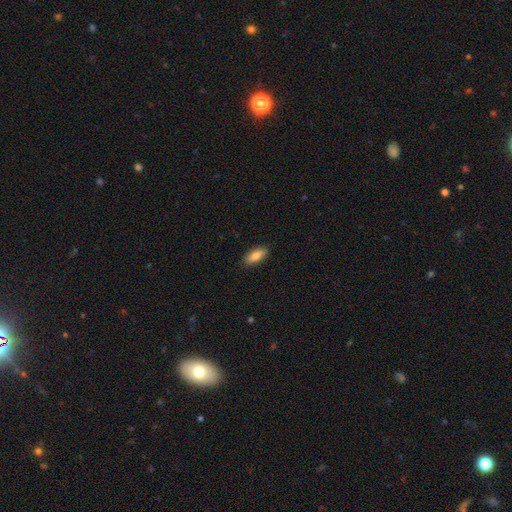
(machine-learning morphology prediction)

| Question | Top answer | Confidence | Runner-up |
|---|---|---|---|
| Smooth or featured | smooth | 81% | featured or disk (13%) |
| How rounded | in between | 79% | cigar-shaped (19%) |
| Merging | none | 88% | minor disturbance (10%) |